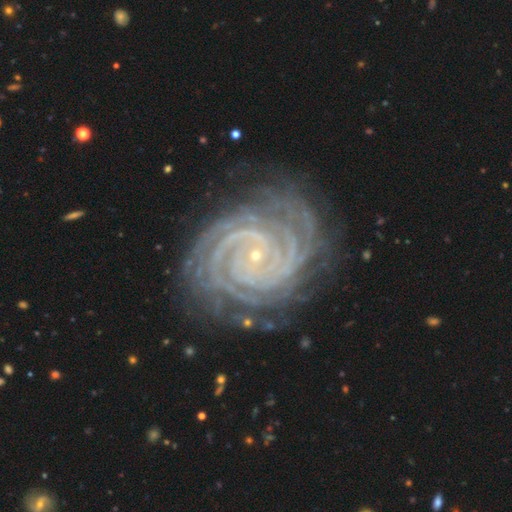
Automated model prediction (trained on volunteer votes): This is clearly a featured or disk galaxy (93%). It is clearly not viewed edge-on (98%). Bar: likely no (69%). Spiral arm pattern: clearly yes (99%). Spiral arm count: marginally 2 (25%). Spiral winding: clearly tight (88%). Central bulge: clearly small (90%). Merging: clearly none (80%).